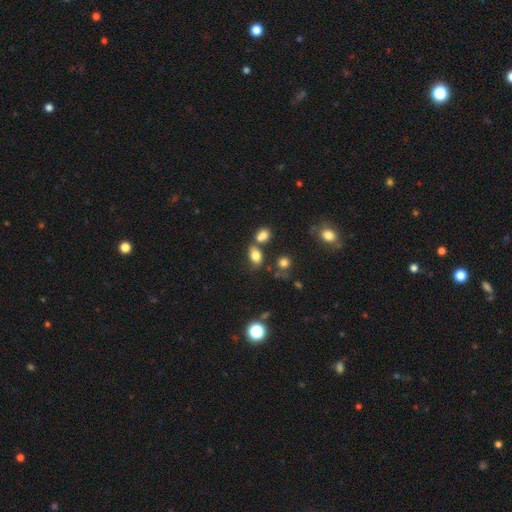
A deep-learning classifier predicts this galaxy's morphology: Q: Smooth or featured?
A: smooth (79%); runner-up: star or artifact (12%)
Q: How rounded?
A: in between (83%); runner-up: round (15%)
Q: Merging?
A: none (56%); runner-up: merger (22%)